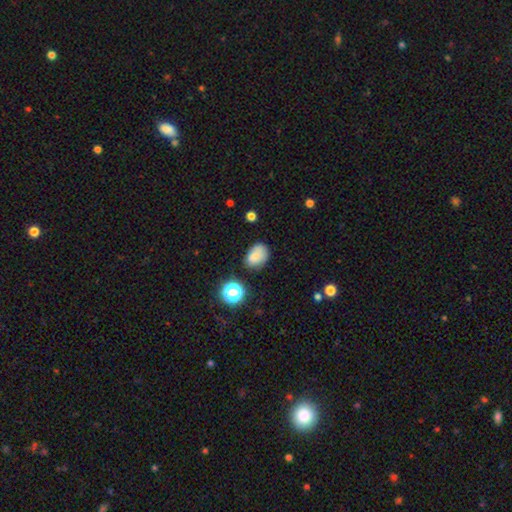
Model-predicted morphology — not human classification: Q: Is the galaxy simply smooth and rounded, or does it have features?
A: smooth — 79%.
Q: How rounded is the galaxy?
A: in between — 71%.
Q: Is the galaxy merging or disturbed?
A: none — 65%.